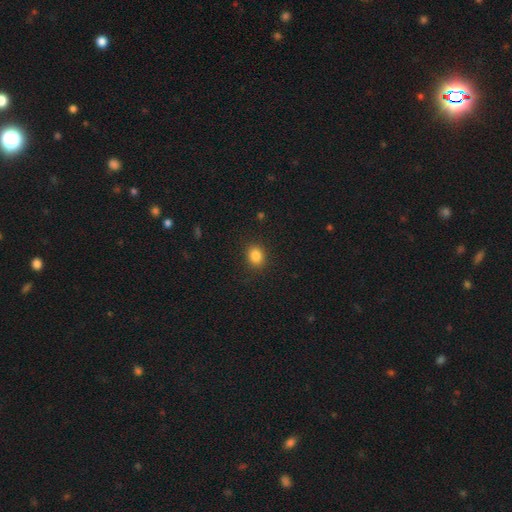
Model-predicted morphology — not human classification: A smooth galaxy with no disk features (84%) that is round (60%). Merging: none (88%).